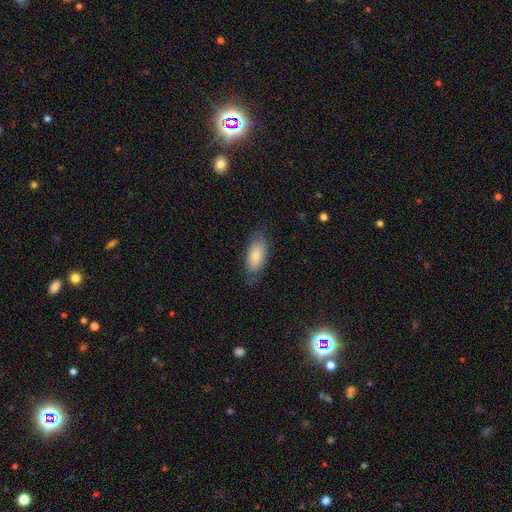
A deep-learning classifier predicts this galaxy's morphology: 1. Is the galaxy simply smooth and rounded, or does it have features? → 78% smooth, 16% featured or disk, 6% star or artifact.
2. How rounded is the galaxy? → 89% in between, 8% cigar-shaped, 2% round.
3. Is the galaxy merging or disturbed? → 70% none, 22% minor disturbance, 6% major disturbance, 1% merger.